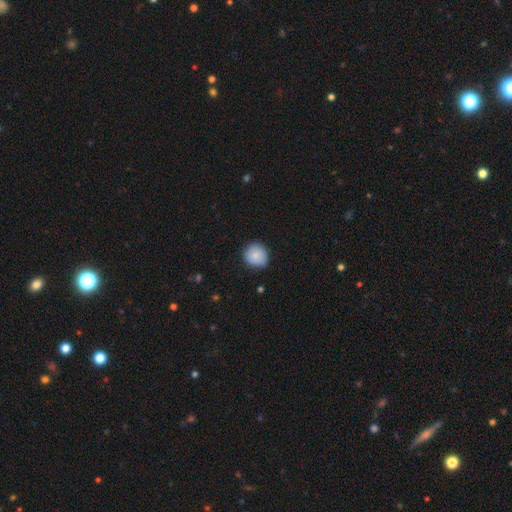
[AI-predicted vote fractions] Smooth or featured? smooth (83%)
How rounded? round (85%)
Merging? none (77%)